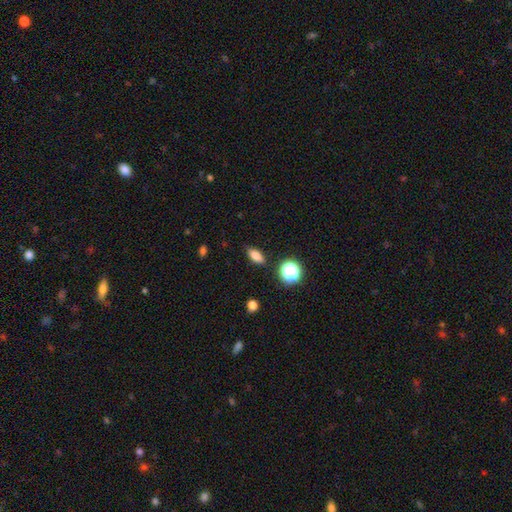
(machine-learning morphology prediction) smooth_or_featured: smooth (p=0.77) [alt: star or artifact p=0.13]
how_rounded: in between (p=0.71) [alt: cigar-shaped p=0.18]
merging: none (p=0.87) [alt: minor disturbance p=0.09]